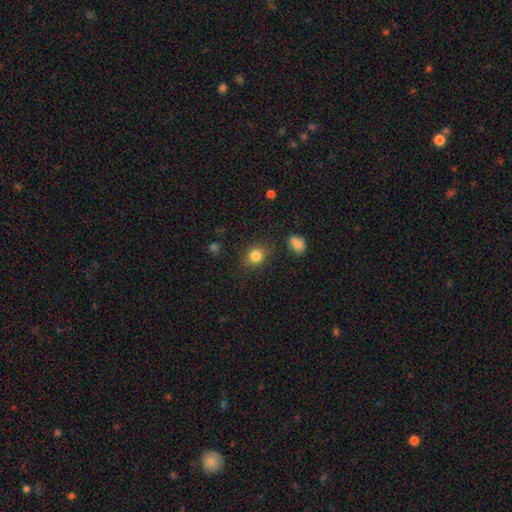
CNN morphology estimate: Overall: smooth (83%). How rounded: round (79%). Merging: none (84%).